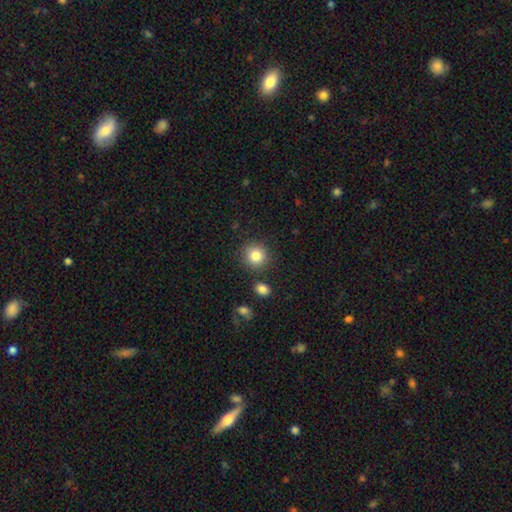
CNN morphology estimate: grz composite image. It shows a smooth galaxy with no disk features (84%) that is round (91%). Merging: none (86%).